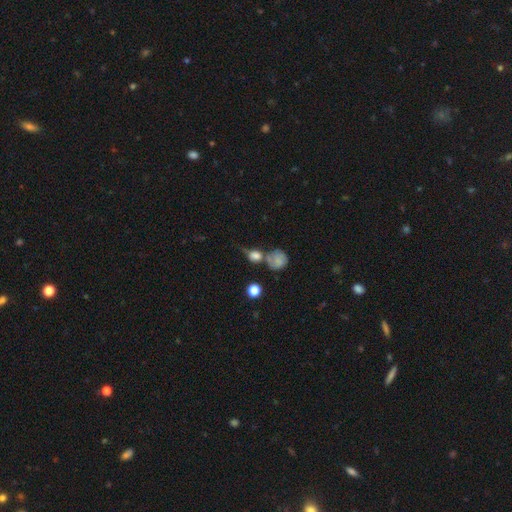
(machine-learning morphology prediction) smooth 68%, featured or disk 18%, star or artifact 14%. Down the decision tree: how rounded — round (66%); merging — none (41%).